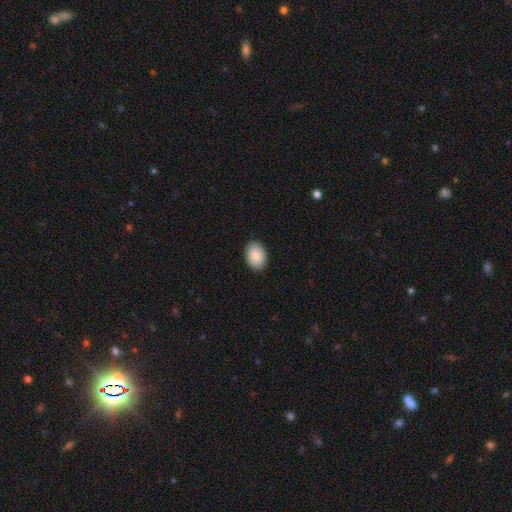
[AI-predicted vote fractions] Q: Smooth or featured?
A: smooth (89%); runner-up: star or artifact (6%)
Q: How rounded?
A: in between (87%); runner-up: round (12%)
Q: Merging?
A: none (90%); runner-up: minor disturbance (8%)